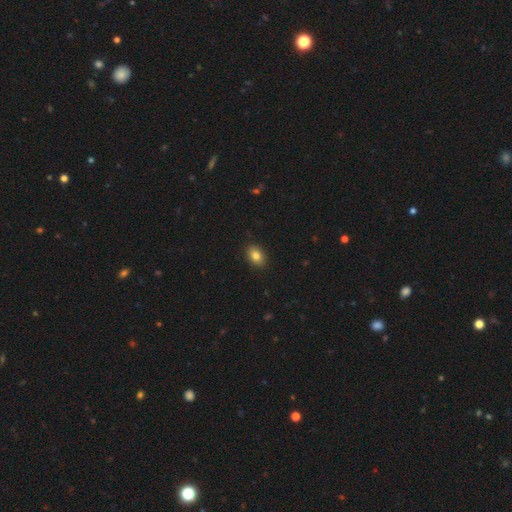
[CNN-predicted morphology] Overall: smooth (84%). How rounded: in between (79%). Merging: none (89%).